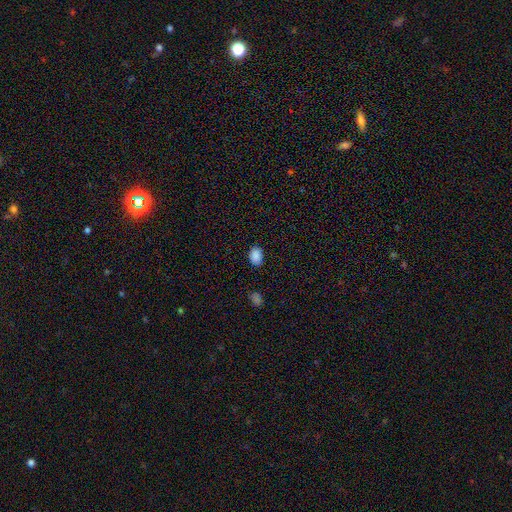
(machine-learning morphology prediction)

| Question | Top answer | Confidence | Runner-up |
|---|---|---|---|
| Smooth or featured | smooth | 88% | star or artifact (9%) |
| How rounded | in between | 77% | round (22%) |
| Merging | none | 83% | minor disturbance (13%) |